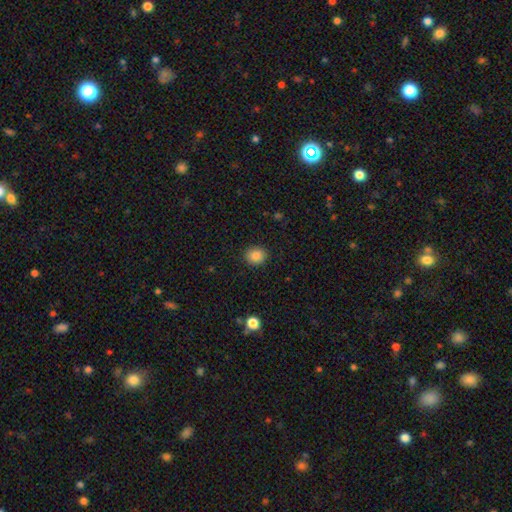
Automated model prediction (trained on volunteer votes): smooth_or_featured: smooth (p=0.86) [alt: star or artifact p=0.10]
how_rounded: round (p=0.74) [alt: in between p=0.25]
merging: none (p=0.90) [alt: minor disturbance p=0.07]